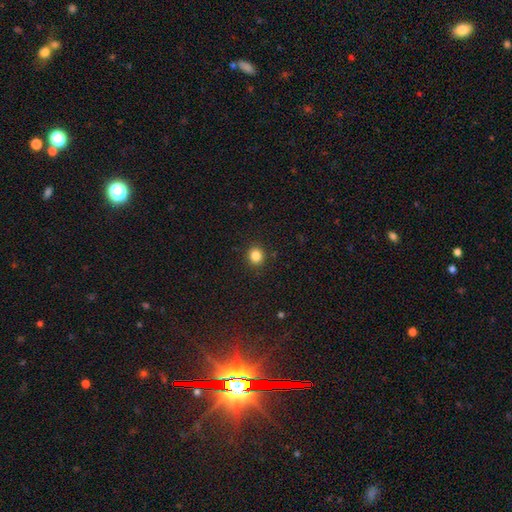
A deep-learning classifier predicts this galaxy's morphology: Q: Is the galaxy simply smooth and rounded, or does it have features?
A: smooth — 85%.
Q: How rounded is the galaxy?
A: round — 82%.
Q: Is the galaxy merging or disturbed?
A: none — 91%.